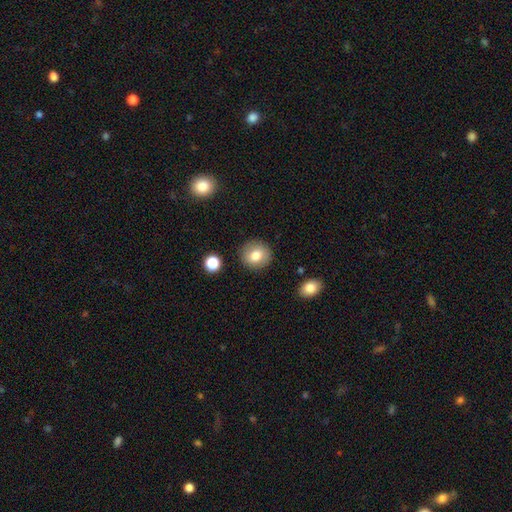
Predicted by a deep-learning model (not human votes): smooth-or-featured: smooth: 80% | featured or disk: 11% | star or artifact: 9%
  how-rounded: round: 84% | in between: 15% | cigar-shaped: 1%
  merging: none: 88% | minor disturbance: 8% | major disturbance: 2% | merger: 2%